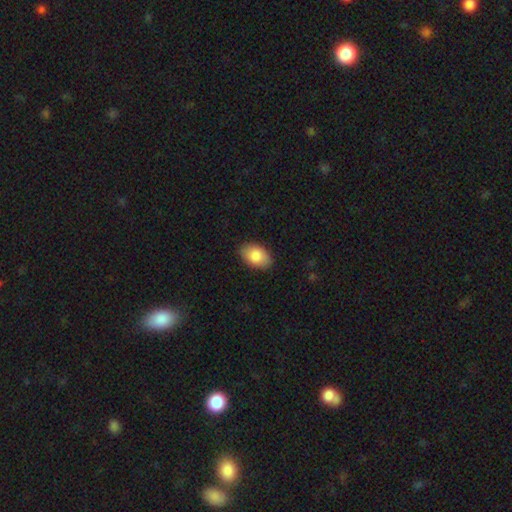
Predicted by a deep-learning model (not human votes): smooth 85%, featured or disk 8%, star or artifact 6%. Down the decision tree: how rounded — in between (90%); merging — none (86%).